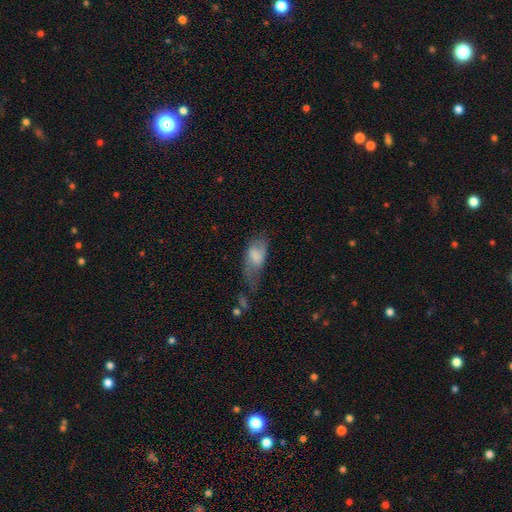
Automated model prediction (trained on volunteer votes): Q: Smooth or featured?
A: smooth (68%); runner-up: featured or disk (24%)
Q: How rounded?
A: in between (87%); runner-up: cigar-shaped (8%)
Q: Merging?
A: major disturbance (40%); runner-up: minor disturbance (31%)